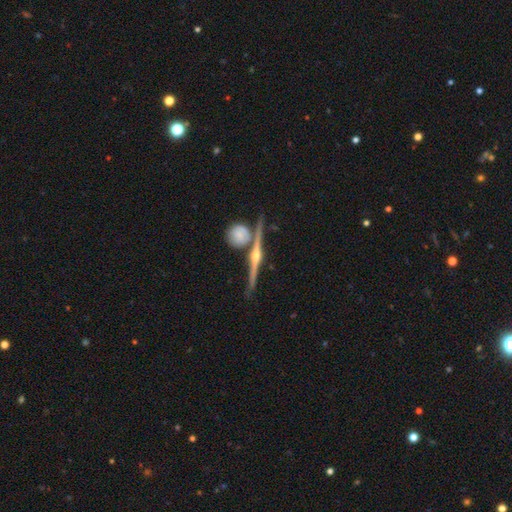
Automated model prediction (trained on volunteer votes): Smooth or featured? featured or disk (86%)
Edge-on disk? yes (98%)
Edge-on bulge? rounded (91%)
Merging? none (80%)